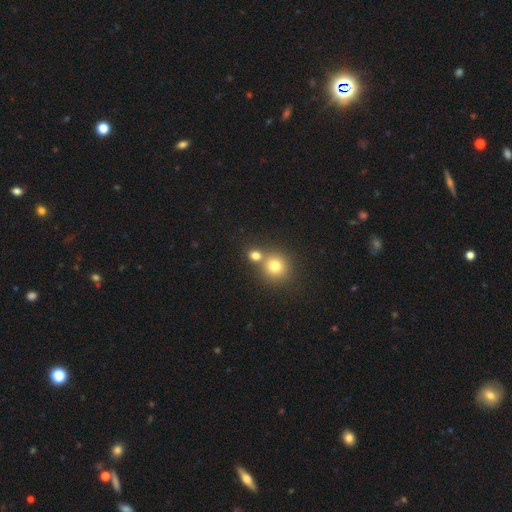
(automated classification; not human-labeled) smooth-or-featured: smooth: 77% | star or artifact: 14% | featured or disk: 9%
  how-rounded: round: 80% | in between: 19% | cigar-shaped: 1%
  merging: none: 53% | merger: 36% | minor disturbance: 7% | major disturbance: 3%